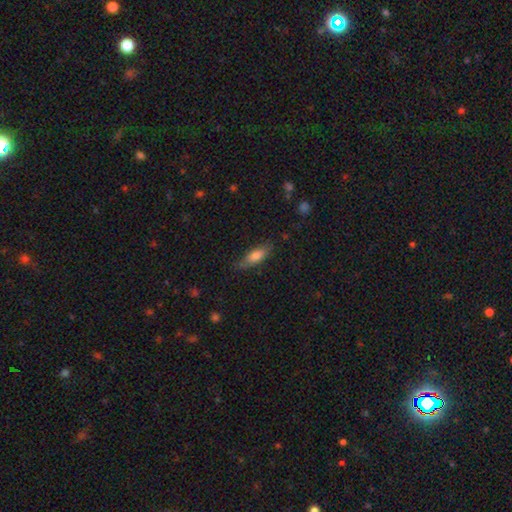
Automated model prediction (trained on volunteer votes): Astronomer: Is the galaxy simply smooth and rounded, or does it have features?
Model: smooth — 74%.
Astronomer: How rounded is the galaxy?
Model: in between — 61%.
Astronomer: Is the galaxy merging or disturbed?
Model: none — 71%.